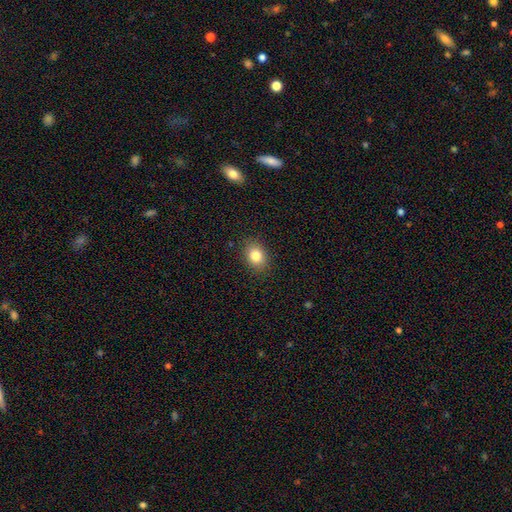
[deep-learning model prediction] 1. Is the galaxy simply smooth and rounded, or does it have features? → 83% smooth, 10% star or artifact, 7% featured or disk.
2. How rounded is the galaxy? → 63% in between, 36% round, 1% cigar-shaped.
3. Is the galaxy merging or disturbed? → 88% none, 9% minor disturbance, 2% major disturbance, 1% merger.